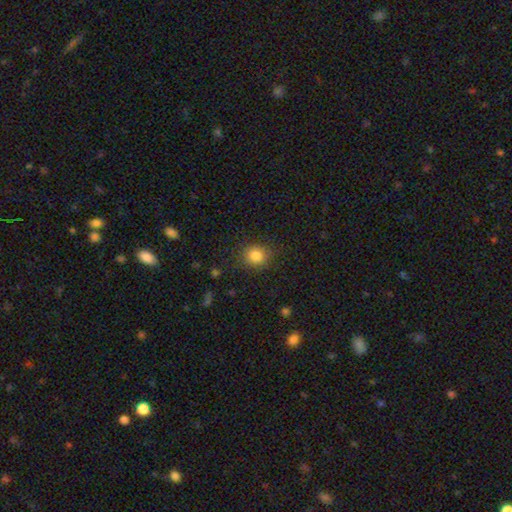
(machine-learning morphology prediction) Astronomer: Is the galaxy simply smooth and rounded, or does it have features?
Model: smooth — 84%.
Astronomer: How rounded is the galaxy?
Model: round — 80%.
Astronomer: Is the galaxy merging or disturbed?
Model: none — 85%.